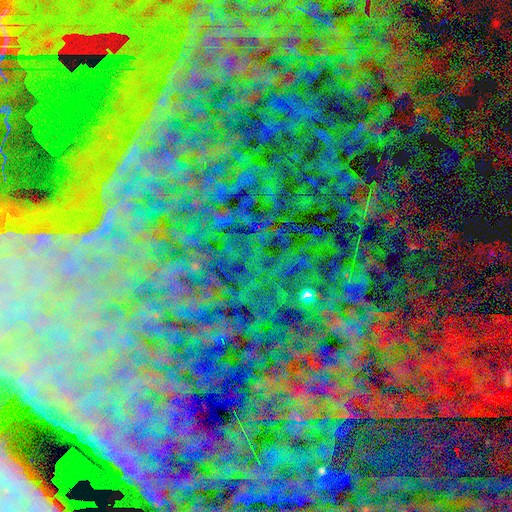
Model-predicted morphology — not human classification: Q: Smooth or featured?
A: star or artifact (82%); runner-up: smooth (10%)